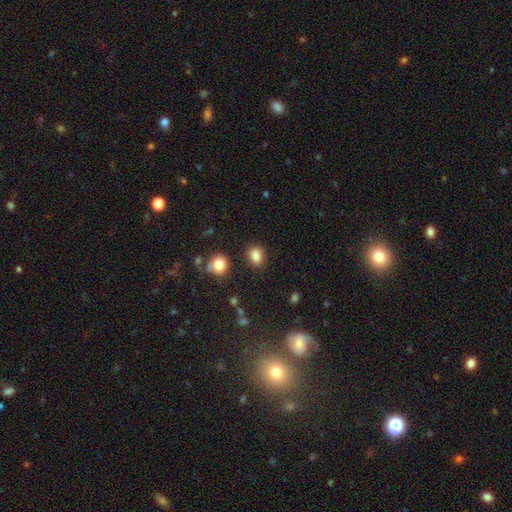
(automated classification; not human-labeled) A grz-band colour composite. It shows a smooth galaxy with no disk features (84%) that is in between round and cigar-shaped (57%). Merging: none (80%).